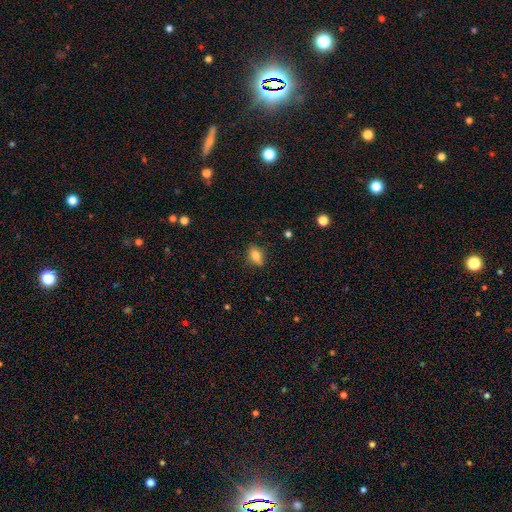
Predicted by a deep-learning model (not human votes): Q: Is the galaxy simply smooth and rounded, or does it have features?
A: smooth — 80%.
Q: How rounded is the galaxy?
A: in between — 80%.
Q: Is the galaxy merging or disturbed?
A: none — 78%.